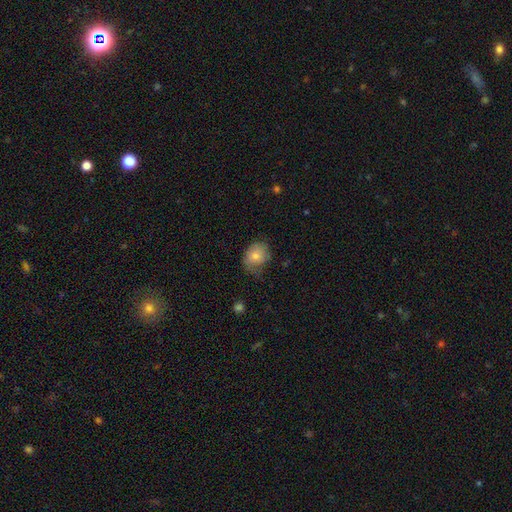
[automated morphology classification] Smooth or featured: smooth — 77% (featured or disk — 15%)
How rounded: round — 59% (in between — 40%)
Merging: none — 51% (minor disturbance — 34%)